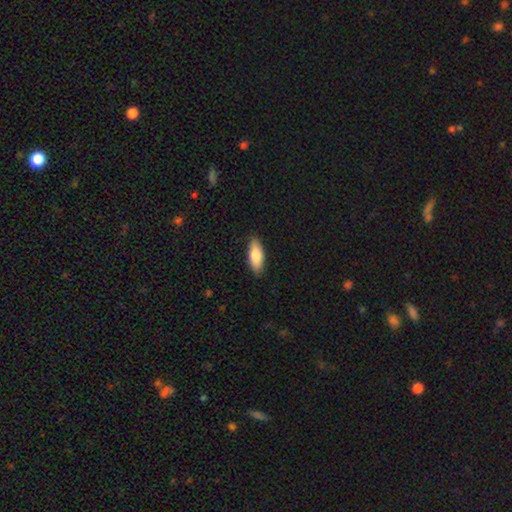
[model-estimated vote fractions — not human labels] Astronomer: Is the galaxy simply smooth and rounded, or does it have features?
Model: smooth — 82%.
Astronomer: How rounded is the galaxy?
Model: in between — 74%.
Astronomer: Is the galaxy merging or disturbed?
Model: none — 88%.